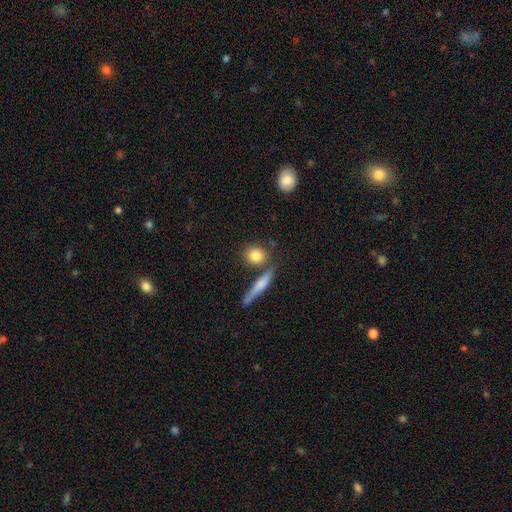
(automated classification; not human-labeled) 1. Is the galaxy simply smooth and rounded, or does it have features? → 81% smooth, 11% featured or disk, 8% star or artifact.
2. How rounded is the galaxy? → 68% round, 23% in between, 9% cigar-shaped.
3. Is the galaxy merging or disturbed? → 70% none, 16% merger, 11% minor disturbance, 4% major disturbance.